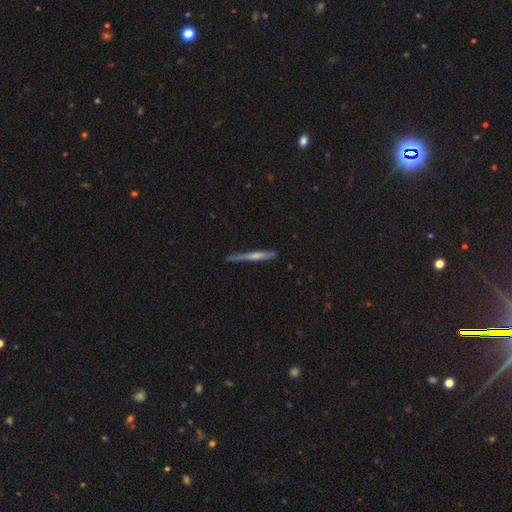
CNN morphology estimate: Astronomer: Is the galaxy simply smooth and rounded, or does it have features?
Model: featured or disk — 59%.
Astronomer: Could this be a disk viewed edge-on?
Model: yes — 97%.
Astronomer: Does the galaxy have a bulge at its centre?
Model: rounded — 50% (runner-up: none, 39%).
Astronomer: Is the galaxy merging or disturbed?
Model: none — 81%.